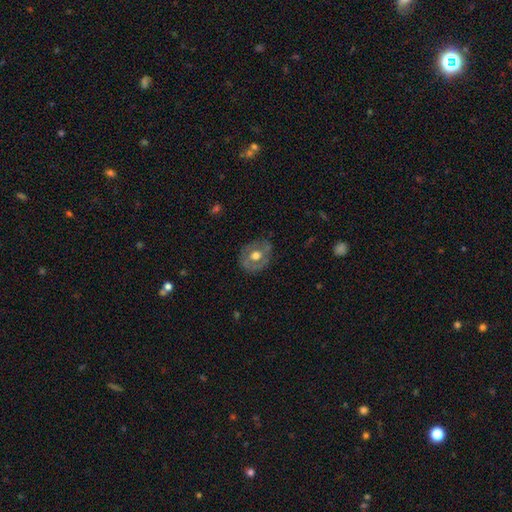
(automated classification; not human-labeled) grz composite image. It shows a featured or disk galaxy (53%). Merging: none (74%).